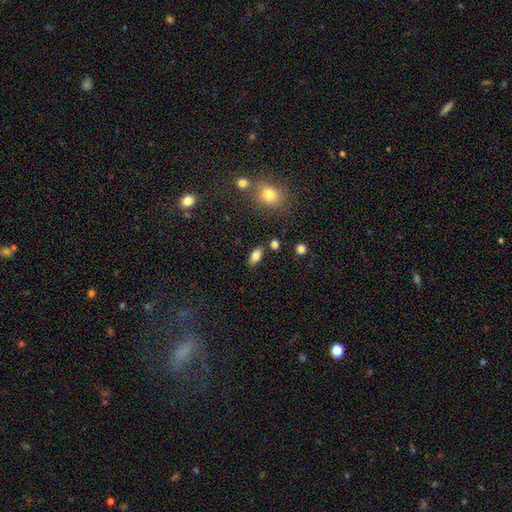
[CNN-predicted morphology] This is clearly a smooth galaxy (80%). How rounded: clearly in between (87%). Merging: clearly none (82%).